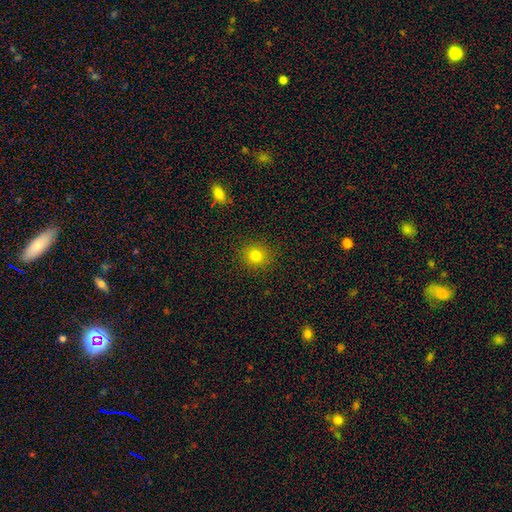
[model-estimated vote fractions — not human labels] The model was most divided on "smooth or featured": smooth: 79%, star or artifact: 14%, featured or disk: 7%. More confident: merging — none (90%); how rounded — round (88%).